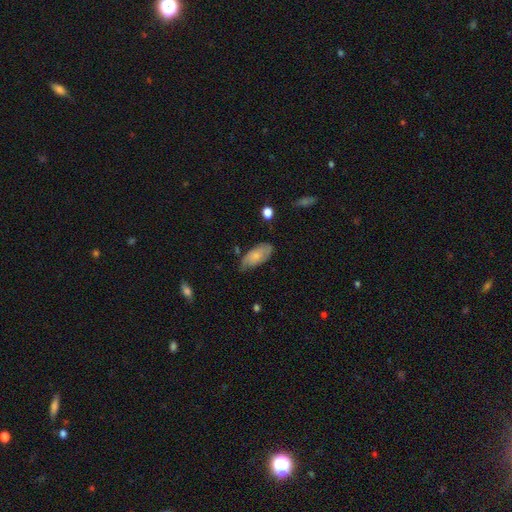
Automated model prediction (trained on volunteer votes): smooth-or-featured: smooth: 72% | featured or disk: 22% | star or artifact: 6%
  how-rounded: in between: 91% | cigar-shaped: 7% | round: 2%
  merging: none: 65% | minor disturbance: 28% | major disturbance: 5% | merger: 2%